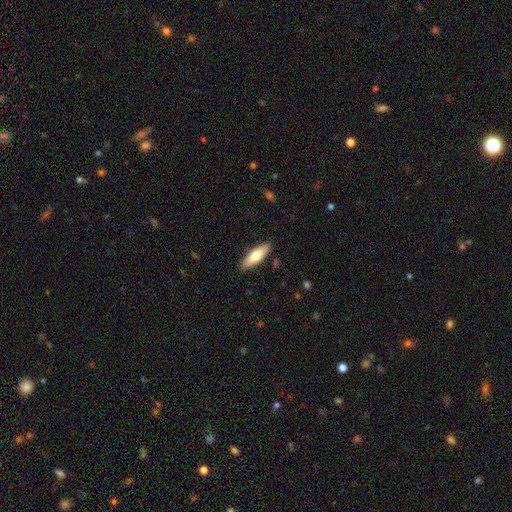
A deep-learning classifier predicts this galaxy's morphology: This appears to be a smooth galaxy with no disk features (66%) that is cigar-shaped (53%). Merging: none (89%).